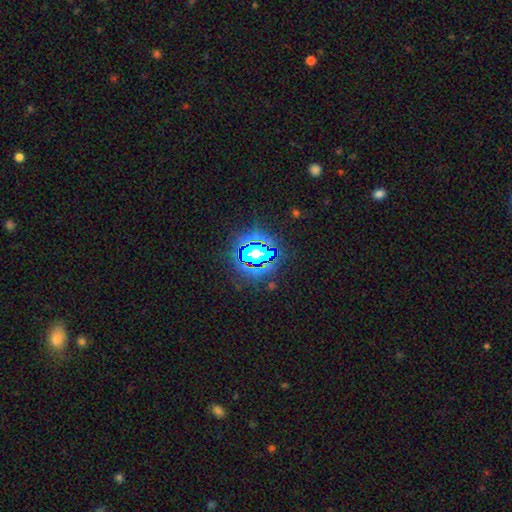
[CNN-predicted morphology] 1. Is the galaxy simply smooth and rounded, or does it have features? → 63% star or artifact, 24% smooth, 14% featured or disk.